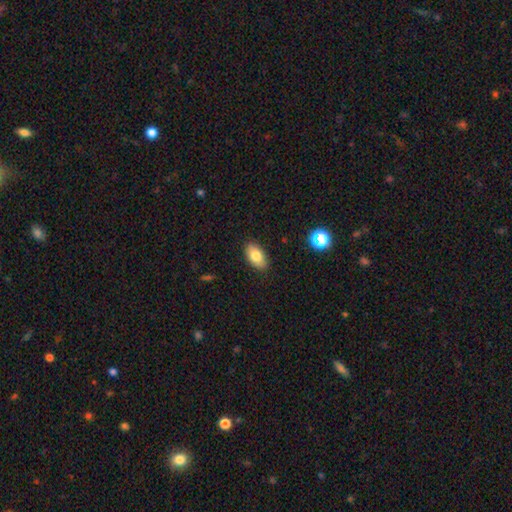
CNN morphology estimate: This appears to be a smooth galaxy with no disk features (80%) that is in between round and cigar-shaped (93%). Merging: none (87%).